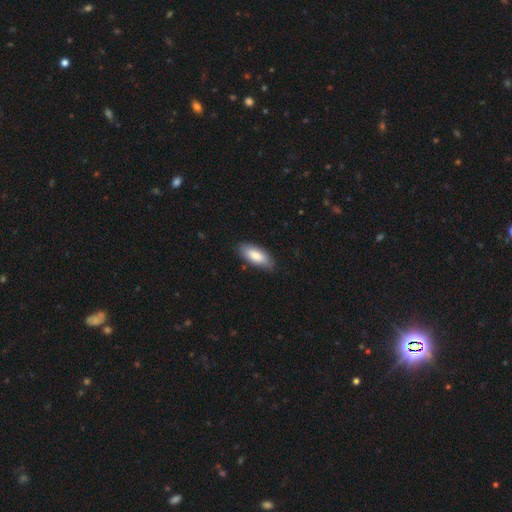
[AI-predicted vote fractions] smooth 82%, featured or disk 12%, star or artifact 5%. Down the decision tree: how rounded — in between (84%); merging — none (79%).